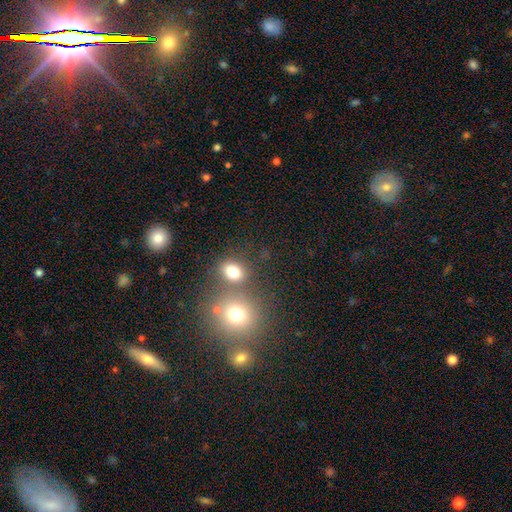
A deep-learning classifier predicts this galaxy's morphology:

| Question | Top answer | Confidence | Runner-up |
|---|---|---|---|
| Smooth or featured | smooth | 51% | star or artifact (36%) |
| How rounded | round | 87% | in between (11%) |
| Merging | none | 69% | merger (18%) |